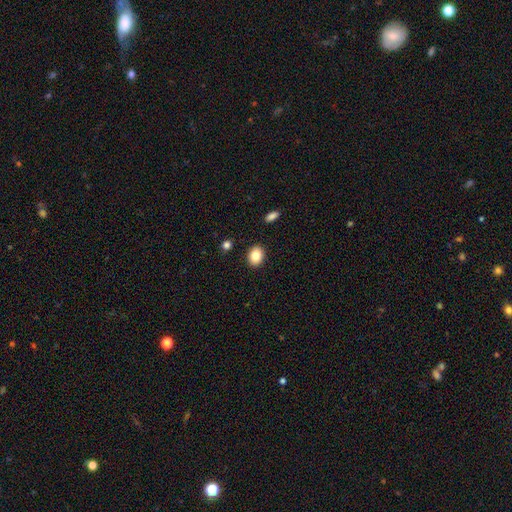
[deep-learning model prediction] smooth-or-featured: smooth: 84% | star or artifact: 8% | featured or disk: 8%
  how-rounded: in between: 63% | round: 36% | cigar-shaped: 1%
  merging: none: 89% | minor disturbance: 7% | major disturbance: 2% | merger: 2%